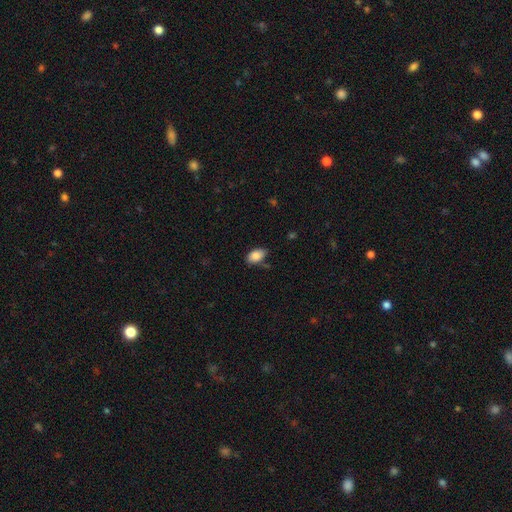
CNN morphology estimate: type=smooth (85%); roundness=in between (92%); merging=none (75%).